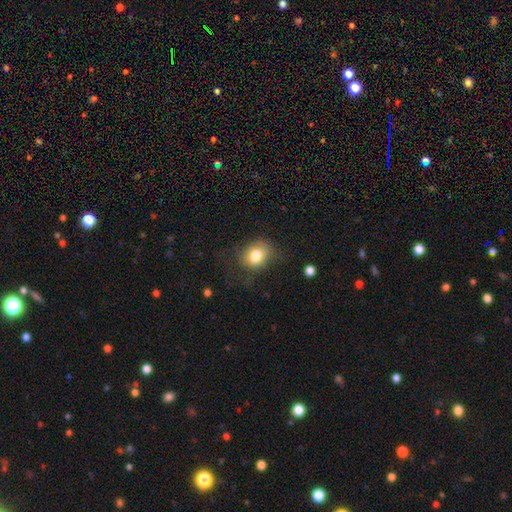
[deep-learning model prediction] smooth 80%, featured or disk 11%, star or artifact 10%. Down the decision tree: how rounded — in between (51%); merging — none (64%).